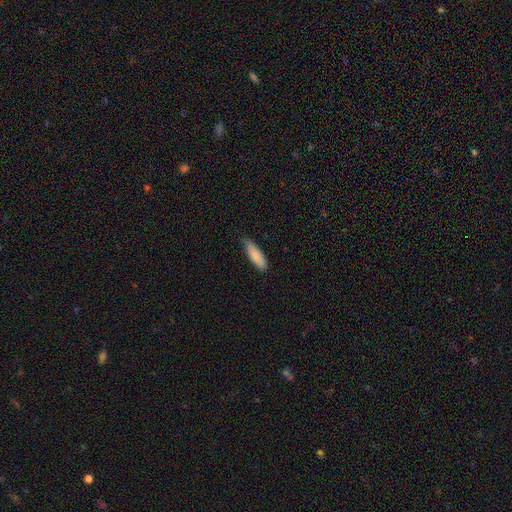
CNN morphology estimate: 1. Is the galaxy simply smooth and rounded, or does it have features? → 84% smooth, 10% featured or disk, 6% star or artifact.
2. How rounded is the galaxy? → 51% in between, 48% cigar-shaped, 2% round.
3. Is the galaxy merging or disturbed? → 68% none, 27% minor disturbance, 3% major disturbance, 1% merger.